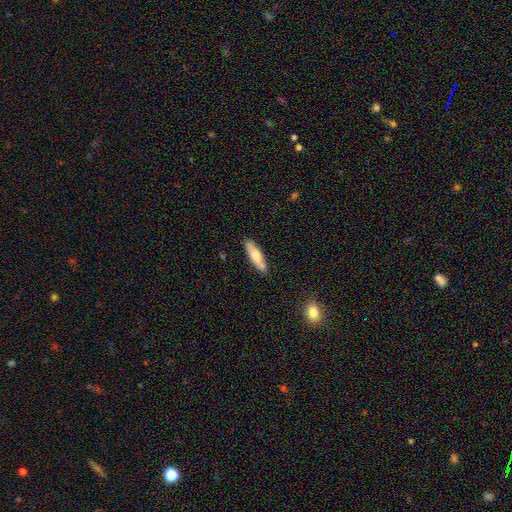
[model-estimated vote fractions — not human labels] Smooth or featured: smooth — 65% (featured or disk — 29%)
How rounded: cigar-shaped — 66% (in between — 32%)
Merging: none — 84% (minor disturbance — 12%)